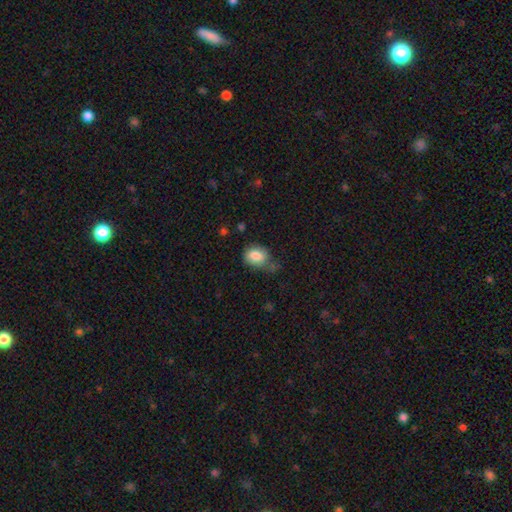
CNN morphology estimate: type=smooth (82%); roundness=in between (55%); merging=none (55%).